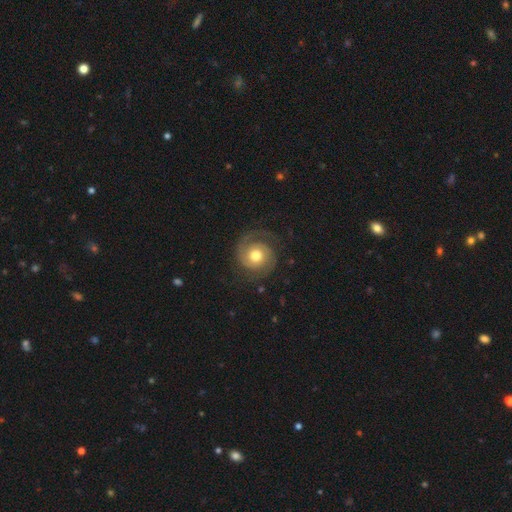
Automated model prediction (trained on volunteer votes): Overall: featured or disk (78%). Edge-on disk: no (98%). Bar: no (76%). Spiral arms: yes (95%). Spiral arm count: 2 (74%). Spiral winding: tight (51%; medium 36%). Bulge size: moderate (71%). Merging: none (76%).